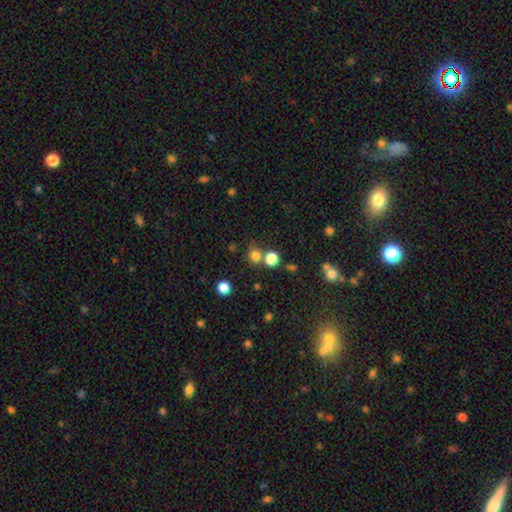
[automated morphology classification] Smooth or featured?
  - smooth: 77% *
  - star or artifact: 17%
  - featured or disk: 6%
How rounded?
  - round: 88% *
  - in between: 11%
  - cigar-shaped: 1%
Merging?
  - none: 64% *
  - merger: 24%
  - minor disturbance: 8%
  - major disturbance: 4%